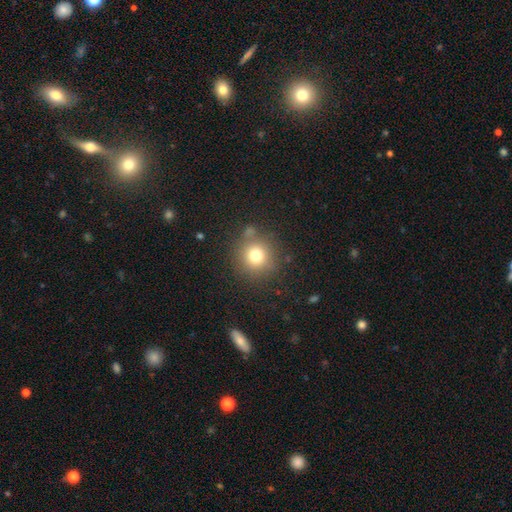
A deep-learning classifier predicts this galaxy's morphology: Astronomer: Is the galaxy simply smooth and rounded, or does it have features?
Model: smooth — 75%.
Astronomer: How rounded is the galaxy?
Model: round — 93%.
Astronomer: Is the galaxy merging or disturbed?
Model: none — 81%.